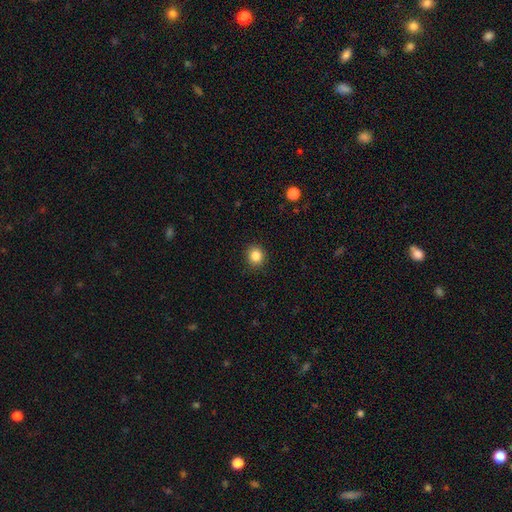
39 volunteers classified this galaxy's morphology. Smooth or featured: smooth — 95% (star or artifact — 5%)
How rounded: round — 81% (in between — 16%)
Merging: none — 78% (minor disturbance — 14%)